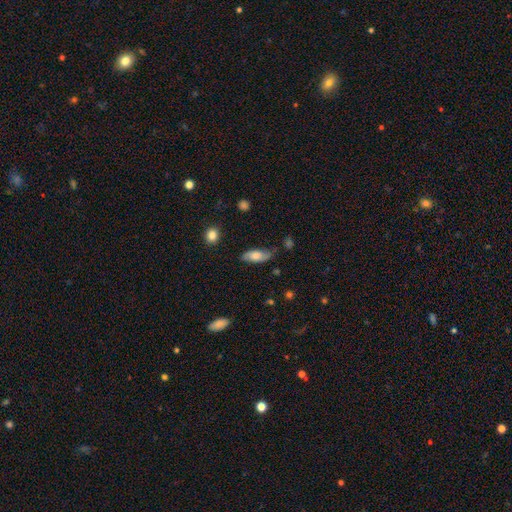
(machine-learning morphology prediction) type=smooth (57%); roundness=in between (81%); merging=none (69%).